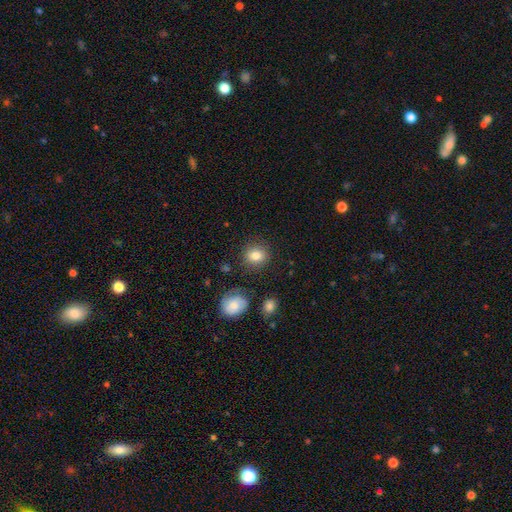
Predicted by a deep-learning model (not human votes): smooth 83%, star or artifact 10%, featured or disk 7%. Down the decision tree: how rounded — round (79%); merging — none (84%).